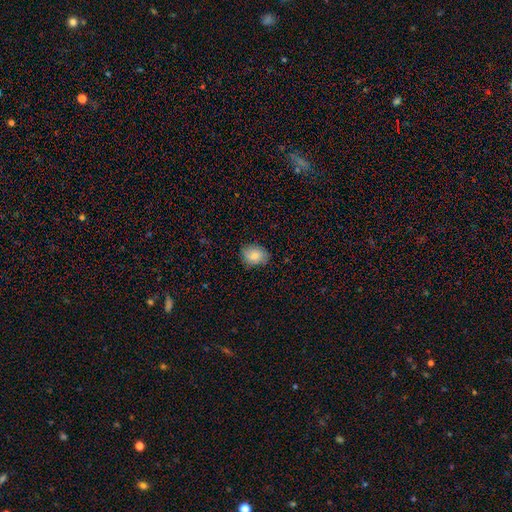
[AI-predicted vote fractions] Smooth or featured? smooth (82%)
How rounded? in between (55%)
Merging? none (78%)